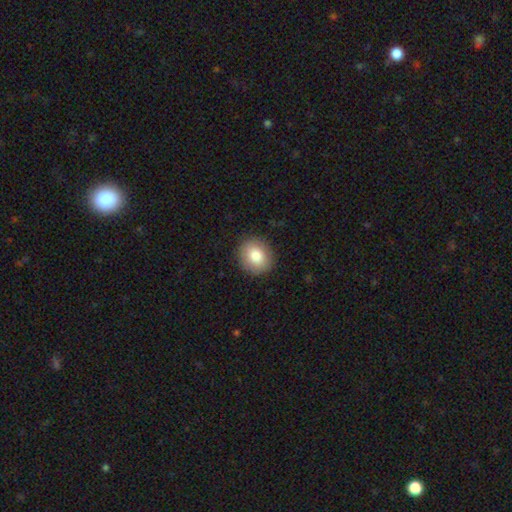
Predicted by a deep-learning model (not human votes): A smooth galaxy with no disk features (82%) that is round (75%). Merging: none (90%).